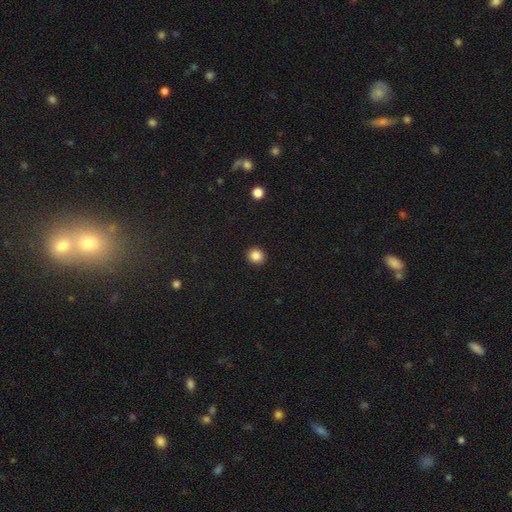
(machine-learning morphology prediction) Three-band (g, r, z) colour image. It shows a smooth galaxy with no disk features (86%) that is round (87%). Merging: none (93%).